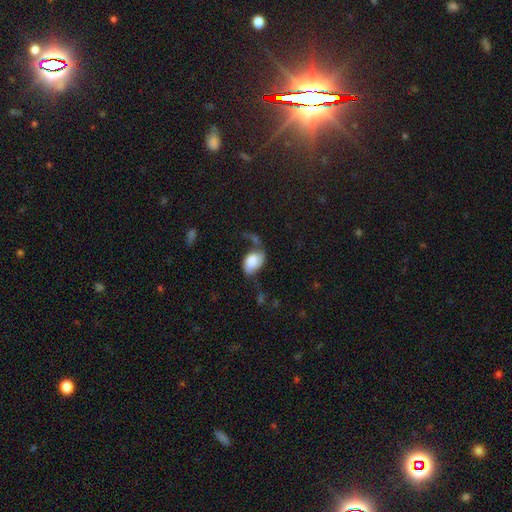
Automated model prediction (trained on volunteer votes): Smooth or featured: smooth — 63% (featured or disk — 28%)
How rounded: in between — 89% (round — 10%)
Merging: none — 37% (minor disturbance — 26%)